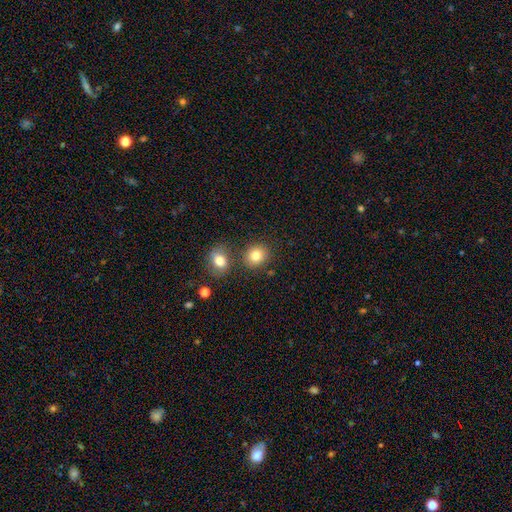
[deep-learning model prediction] Morphology: type=smooth (81%); roundness=round (79%); merging=none (77%).